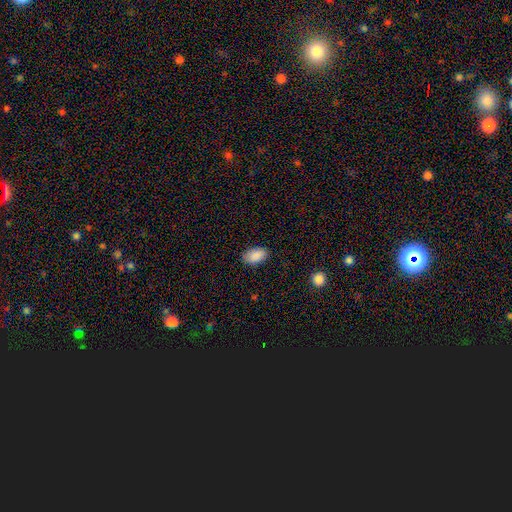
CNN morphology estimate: This appears to be a smooth galaxy with no disk features (89%) that is in between round and cigar-shaped (92%). Merging: none (83%).